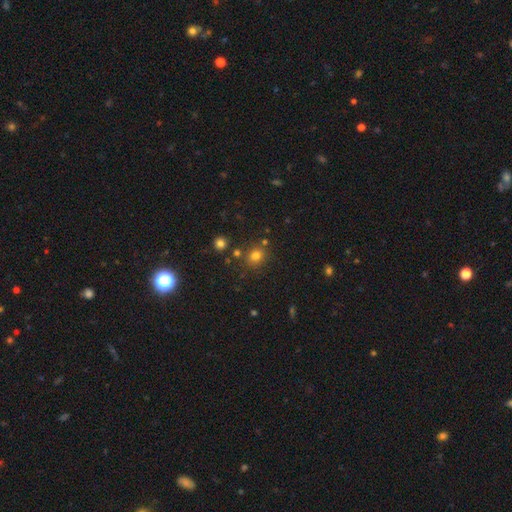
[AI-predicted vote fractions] Smooth or featured: smooth — 76% (star or artifact — 17%)
How rounded: round — 73% (in between — 26%)
Merging: none — 78% (minor disturbance — 11%)